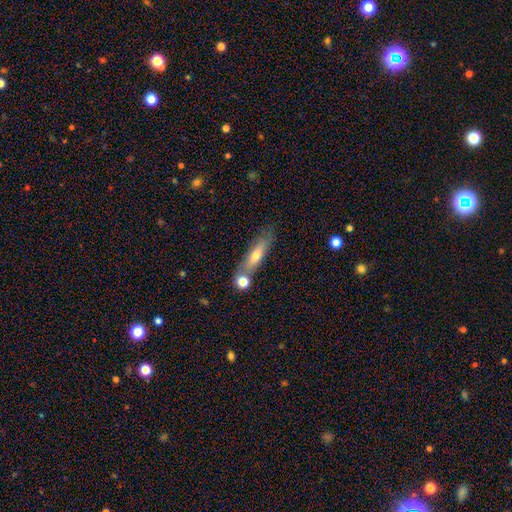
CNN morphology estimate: The model was most divided on "smooth or featured": smooth: 57%, featured or disk: 36%, star or artifact: 7%. More confident: how rounded — cigar-shaped (70%); merging — none (68%).